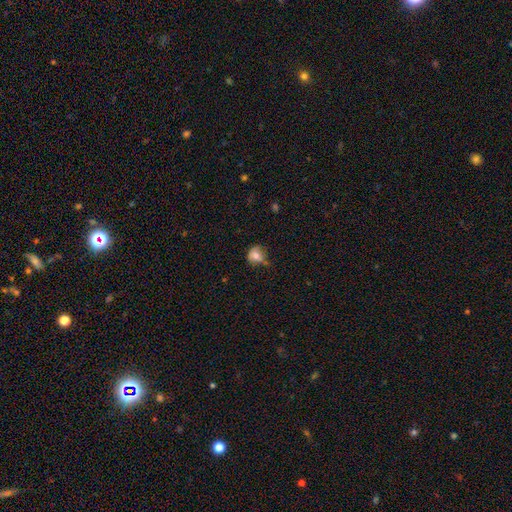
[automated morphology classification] A smooth galaxy with no disk features (73%) that is round (67%). Merging: none (47%).